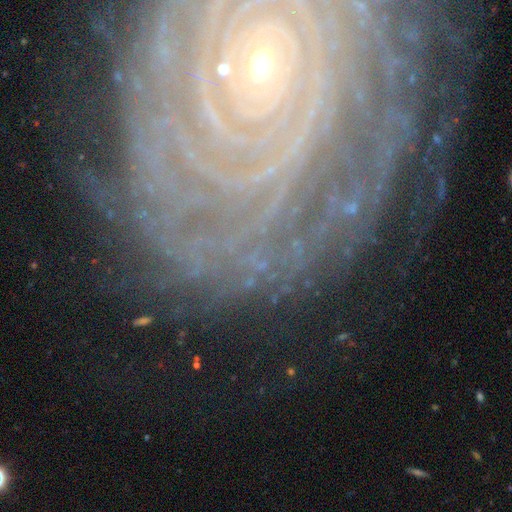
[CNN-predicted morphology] smooth_or_featured: featured or disk (p=0.45) [alt: star or artifact p=0.41]
merging: none (p=0.72) [alt: minor disturbance p=0.15]